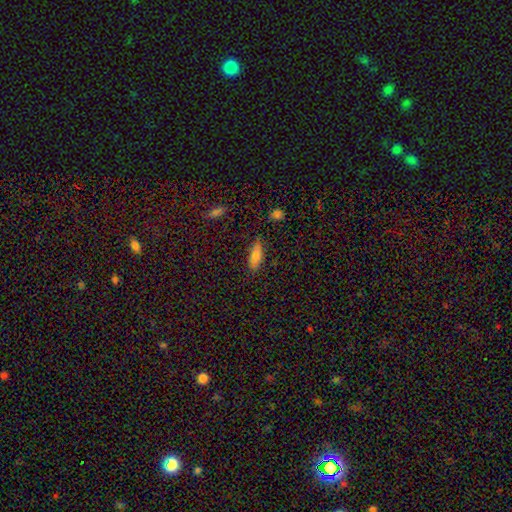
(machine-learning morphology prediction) type=smooth (77%); roundness=in between (69%); merging=none (80%).